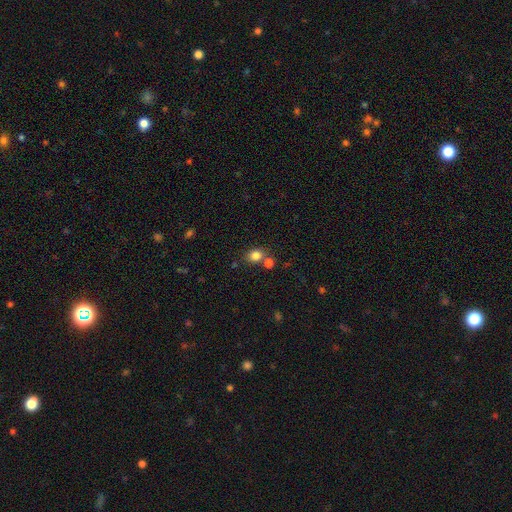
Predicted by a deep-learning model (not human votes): A smooth galaxy with no disk features (82%) that is round (54%). Merging: none (65%).